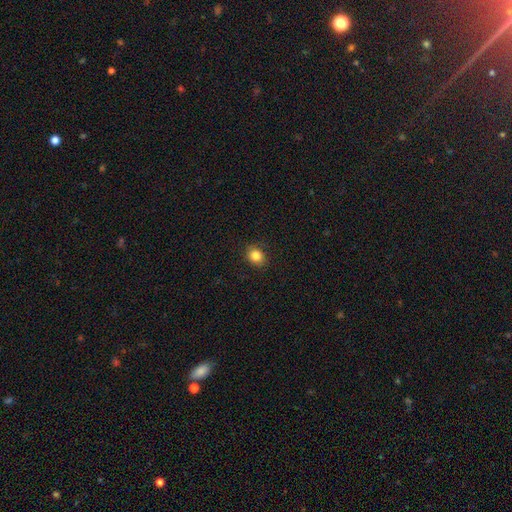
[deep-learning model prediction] Morphology: type=smooth (84%); roundness=round (63%); merging=none (87%).